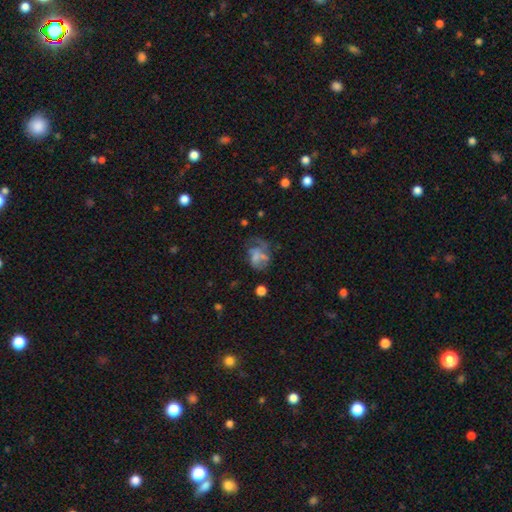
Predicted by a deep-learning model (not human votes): smooth_or_featured: featured or disk (p=0.43) [alt: smooth p=0.35]
merging: major disturbance (p=0.36) [alt: none p=0.35]